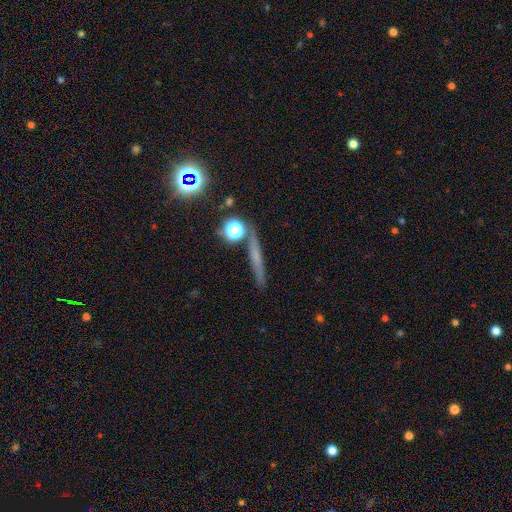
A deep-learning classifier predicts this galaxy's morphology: Overall: featured or disk (41%; smooth 40%). Merging: none (83%).